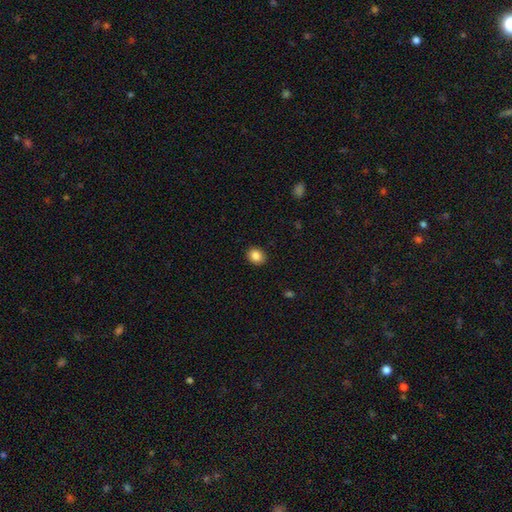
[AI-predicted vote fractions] smooth 87%, star or artifact 9%, featured or disk 4%. Down the decision tree: how rounded — round (61%); merging — none (90%).